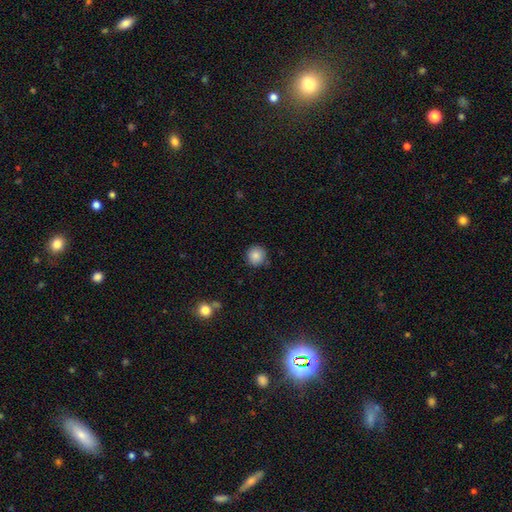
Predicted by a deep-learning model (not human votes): A smooth galaxy with no disk features (86%) that is round (93%).

Vote fractions:
- Smooth or featured? smooth: 86% / star or artifact: 9% / featured or disk: 4%
- How rounded? round: 93% / in between: 6% / cigar-shaped: 1%
- Merging? none: 85% / minor disturbance: 11% / major disturbance: 2% / merger: 2%